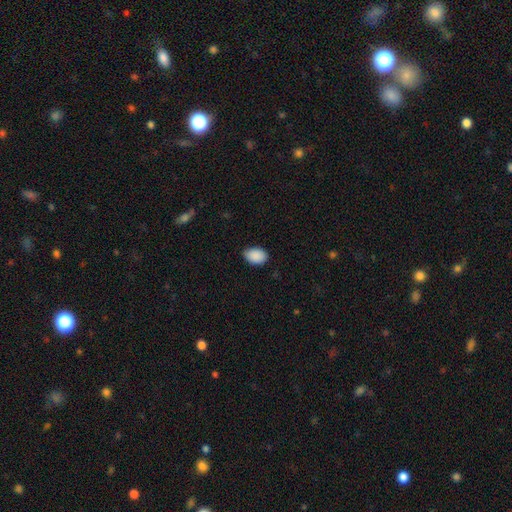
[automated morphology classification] type=smooth (90%); roundness=in between (85%); merging=none (81%).